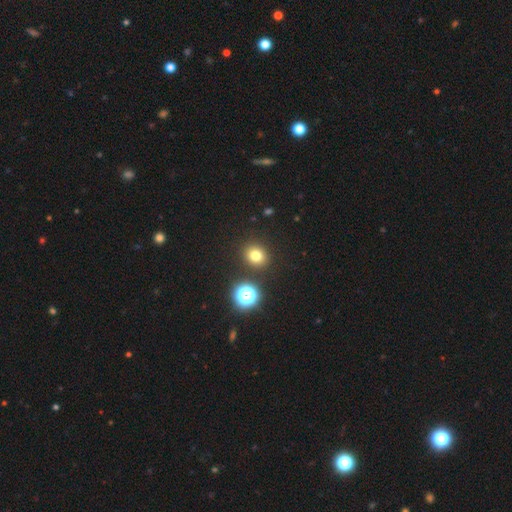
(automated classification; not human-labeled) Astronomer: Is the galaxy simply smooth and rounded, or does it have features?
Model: smooth — 74%.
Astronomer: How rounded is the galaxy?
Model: round — 78%.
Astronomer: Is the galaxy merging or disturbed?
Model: none — 87%.